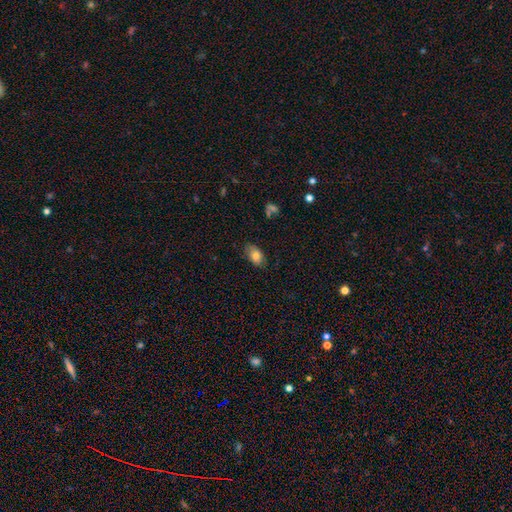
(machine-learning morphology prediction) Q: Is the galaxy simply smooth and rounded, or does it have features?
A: smooth — 79%.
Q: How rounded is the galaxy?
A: in between — 90%.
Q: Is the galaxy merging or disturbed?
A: none — 72%.